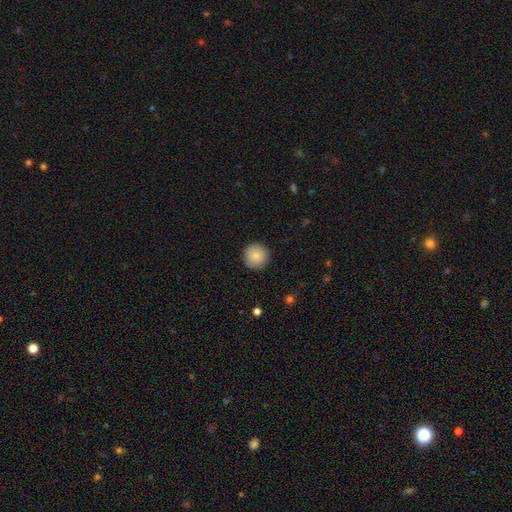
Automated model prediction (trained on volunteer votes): smooth-or-featured: smooth: 87% | star or artifact: 7% | featured or disk: 6%
  how-rounded: round: 96% | in between: 3% | cigar-shaped: 1%
  merging: none: 92% | minor disturbance: 6% | major disturbance: 2% | merger: 1%